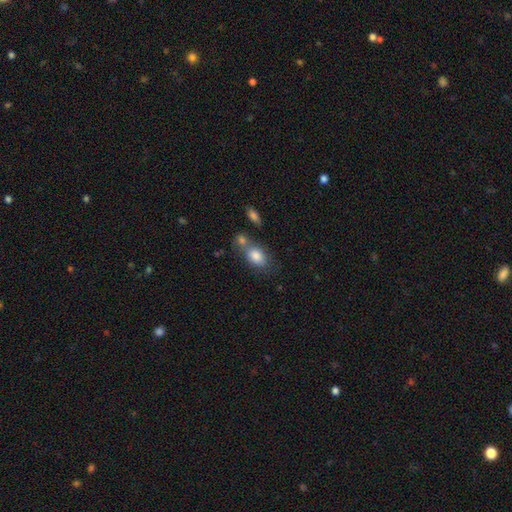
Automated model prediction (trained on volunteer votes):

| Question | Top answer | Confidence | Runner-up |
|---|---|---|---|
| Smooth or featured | smooth | 82% | featured or disk (10%) |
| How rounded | in between | 84% | round (14%) |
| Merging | none | 45% | merger (36%) |